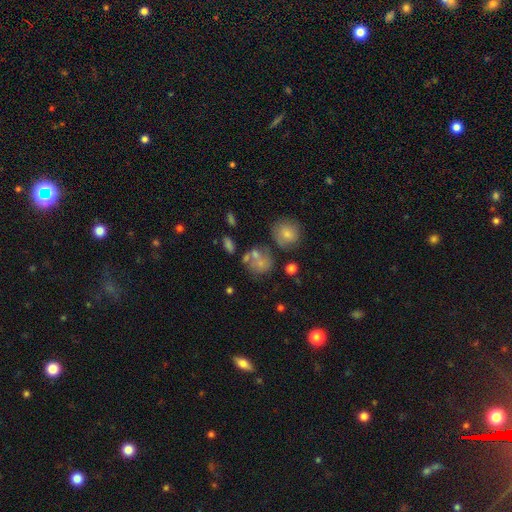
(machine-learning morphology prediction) A star or artifact, not a galaxy (37%, tied with smooth).

Vote fractions:
- Smooth or featured? star or artifact: 37% (tied) / smooth: 37% (tied) / featured or disk: 26%